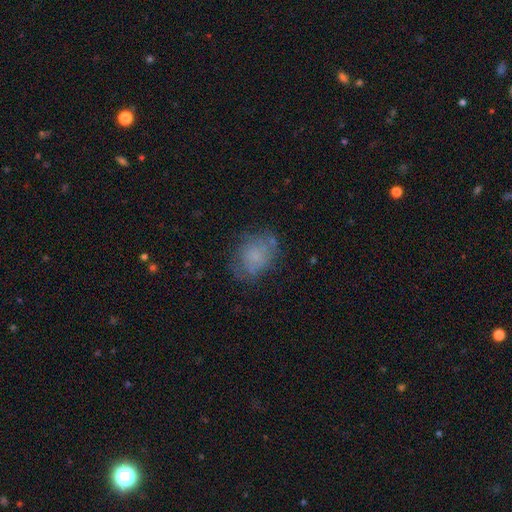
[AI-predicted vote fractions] Q: Smooth or featured?
A: smooth (56%); runner-up: featured or disk (31%)
Q: How rounded?
A: in between (57%); runner-up: round (41%)
Q: Merging?
A: none (64%); runner-up: minor disturbance (22%)